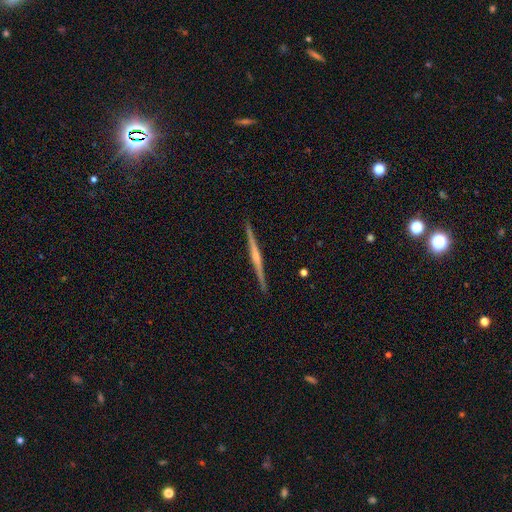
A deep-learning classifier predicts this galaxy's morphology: type=featured or disk (78%); edge-on=yes (99%); edge-on bulge=rounded (55%); merging=none (92%).